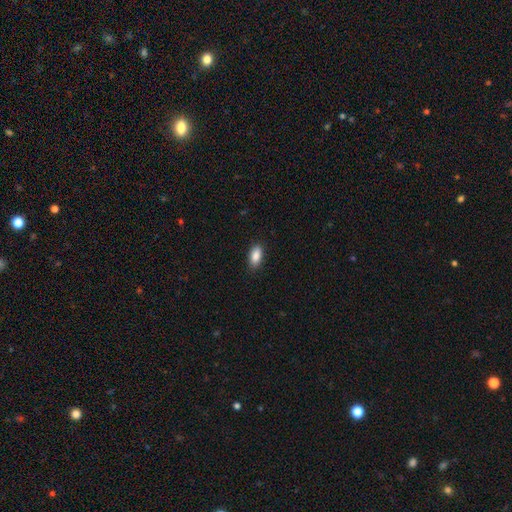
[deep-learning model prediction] This is clearly a smooth galaxy (88%). How rounded: clearly in between (90%). Merging: clearly none (88%).